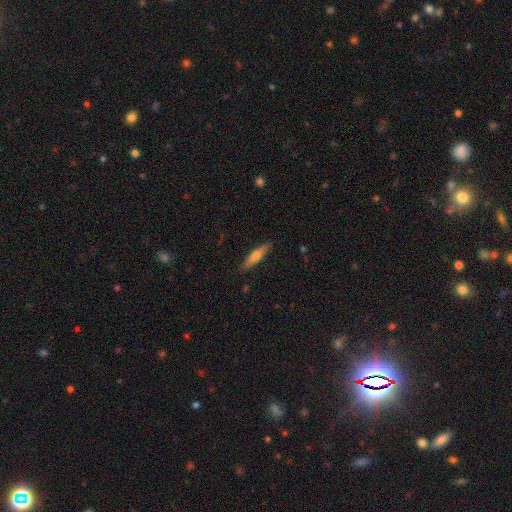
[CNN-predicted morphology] Smooth or featured? Predicted: smooth (p=0.58). How rounded? Predicted: cigar-shaped (p=0.84). Merging? Predicted: none (p=0.89).